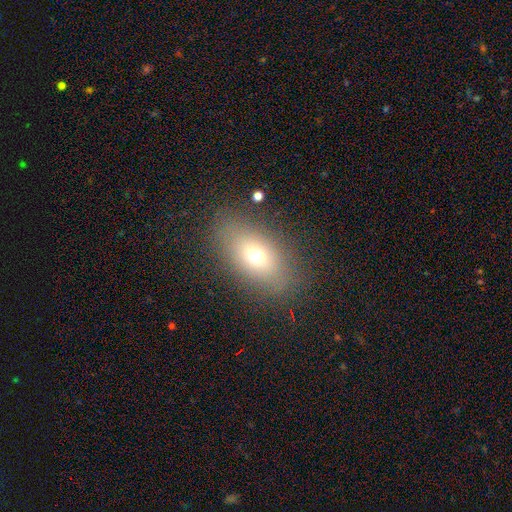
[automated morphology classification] Overall: smooth (66%). How rounded: in between (84%). Merging: none (81%).